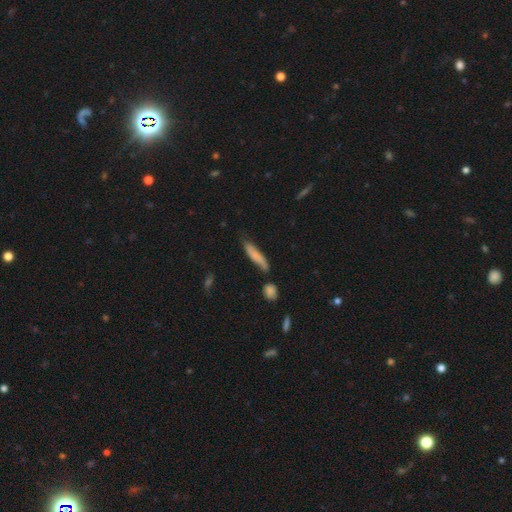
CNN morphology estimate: Smooth or featured? smooth (73%)
How rounded? cigar-shaped (82%)
Merging? none (57%)